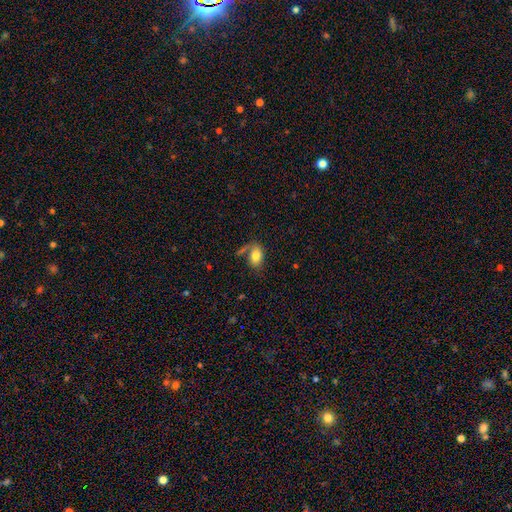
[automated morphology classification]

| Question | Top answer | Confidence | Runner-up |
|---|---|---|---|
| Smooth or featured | smooth | 77% | featured or disk (15%) |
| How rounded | in between | 86% | round (12%) |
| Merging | none | 52% | minor disturbance (18%) |